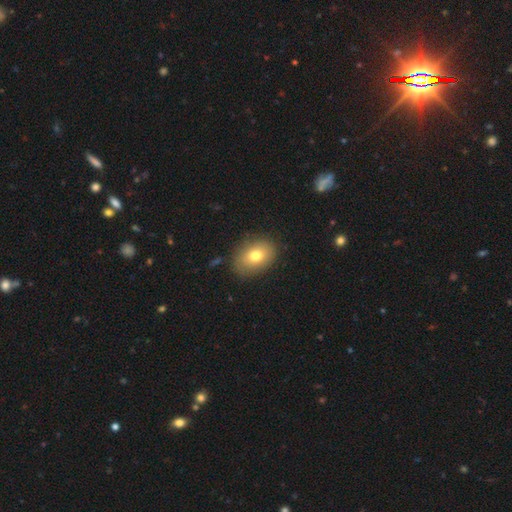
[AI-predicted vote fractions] smooth 76%, featured or disk 15%, star or artifact 9%. Down the decision tree: how rounded — in between (75%); merging — none (84%).